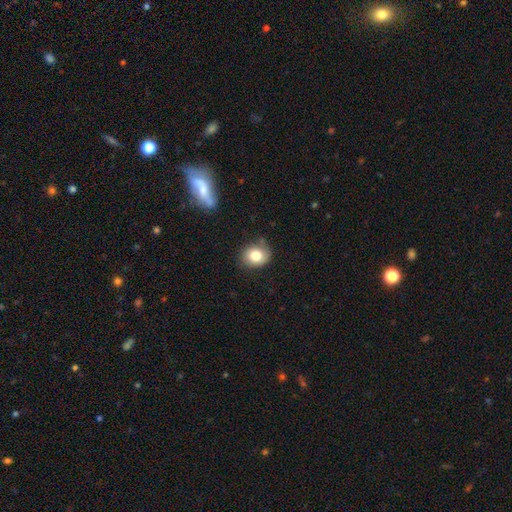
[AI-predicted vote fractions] smooth 78%, featured or disk 12%, star or artifact 10%. Down the decision tree: how rounded — round (71%); merging — none (72%).